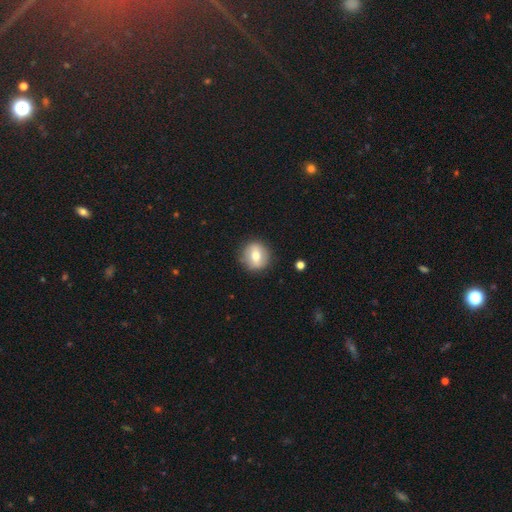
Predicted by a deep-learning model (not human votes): Overall: smooth (63%; featured or disk 29%). How rounded: round (86%). Merging: none (87%).